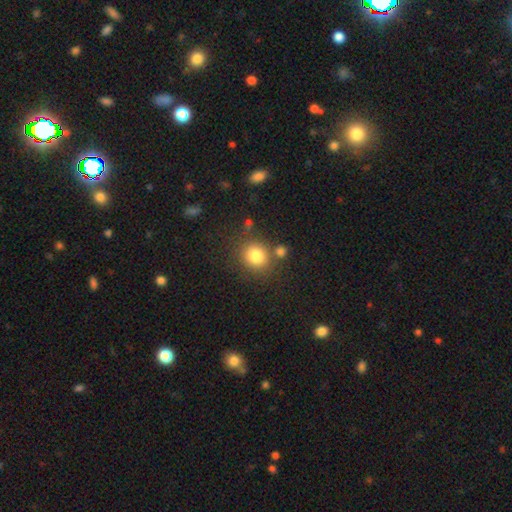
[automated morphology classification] Smooth or featured? smooth (82%)
How rounded? round (80%)
Merging? none (72%)